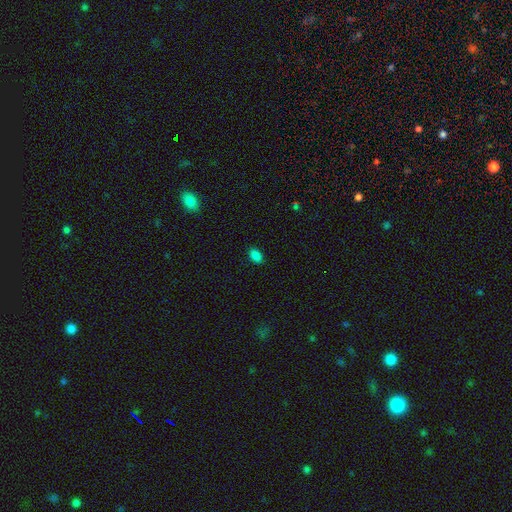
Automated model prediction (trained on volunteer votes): Smooth or featured? smooth (85%)
How rounded? in between (88%)
Merging? none (89%)